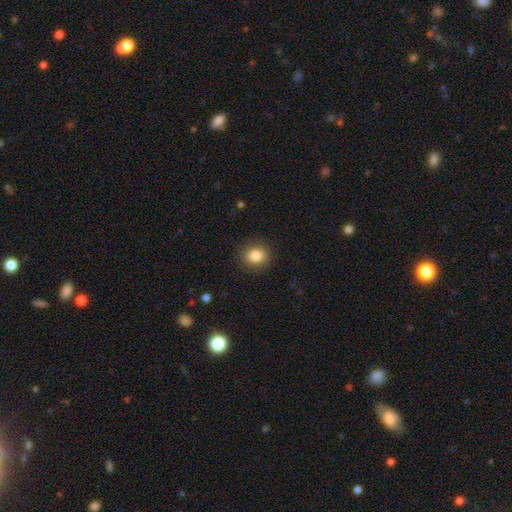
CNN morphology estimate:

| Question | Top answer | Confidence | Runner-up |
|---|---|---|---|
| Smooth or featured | smooth | 84% | star or artifact (10%) |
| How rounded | round | 77% | in between (22%) |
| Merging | none | 89% | minor disturbance (8%) |